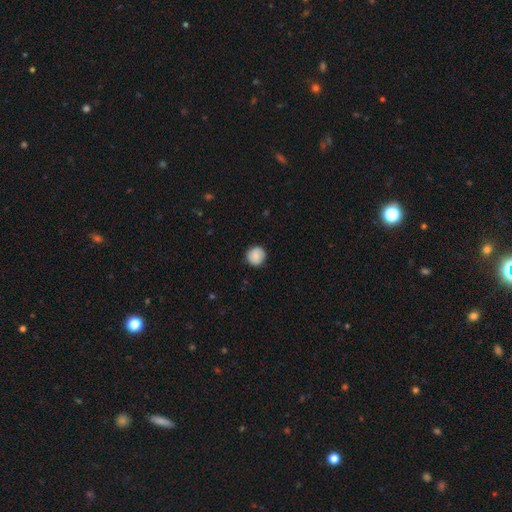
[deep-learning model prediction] smooth-or-featured: smooth: 84% | featured or disk: 8% | star or artifact: 7%
  how-rounded: round: 93% | in between: 6% | cigar-shaped: 1%
  merging: none: 87% | minor disturbance: 10% | major disturbance: 2% | merger: 1%